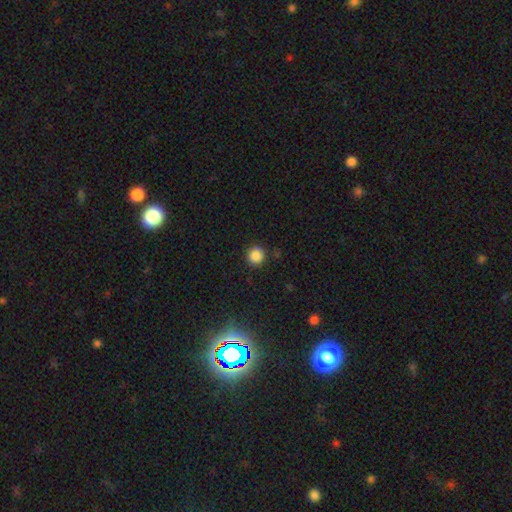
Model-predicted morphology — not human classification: smooth_or_featured: smooth (p=0.86) [alt: star or artifact p=0.11]
how_rounded: round (p=0.94) [alt: in between p=0.05]
merging: none (p=0.89) [alt: minor disturbance p=0.07]